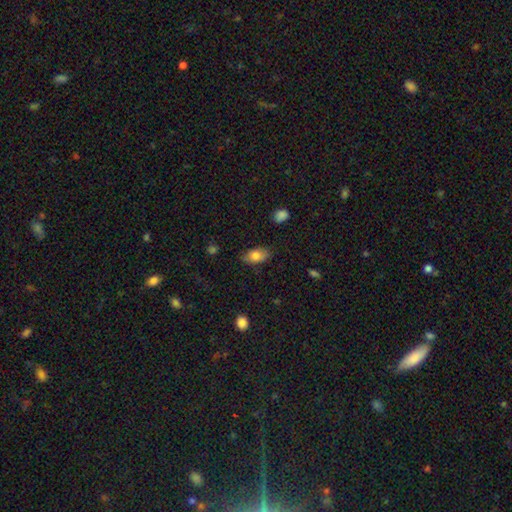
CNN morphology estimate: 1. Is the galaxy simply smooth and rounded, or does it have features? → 80% smooth, 12% featured or disk, 8% star or artifact.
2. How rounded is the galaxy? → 91% in between, 6% round, 4% cigar-shaped.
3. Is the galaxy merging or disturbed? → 81% none, 15% minor disturbance, 3% major disturbance, 1% merger.